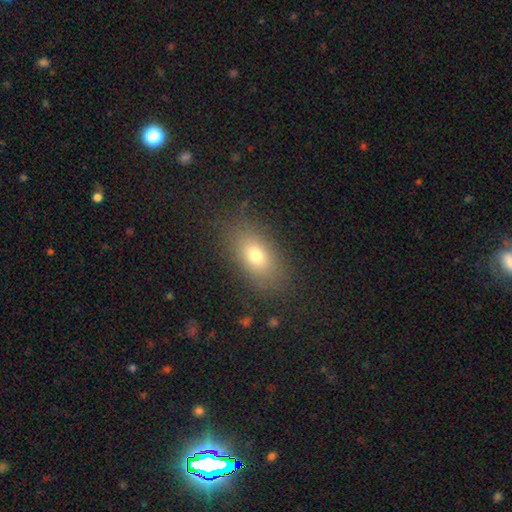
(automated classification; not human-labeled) A smooth galaxy with no disk features (73%) that is in between round and cigar-shaped (84%). Merging: none (84%).